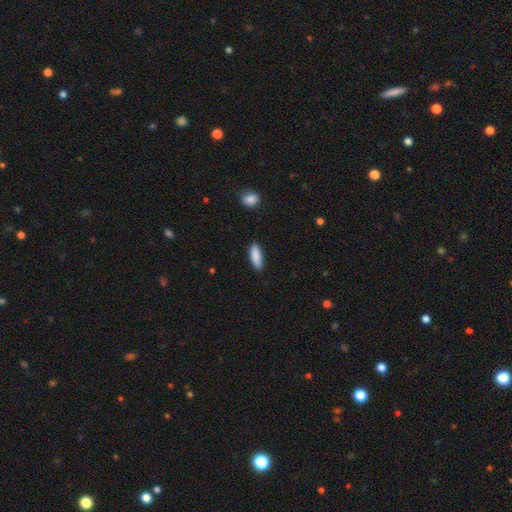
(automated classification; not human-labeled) smooth 89%, star or artifact 6%, featured or disk 5%. Down the decision tree: how rounded — in between (59%); merging — none (87%).